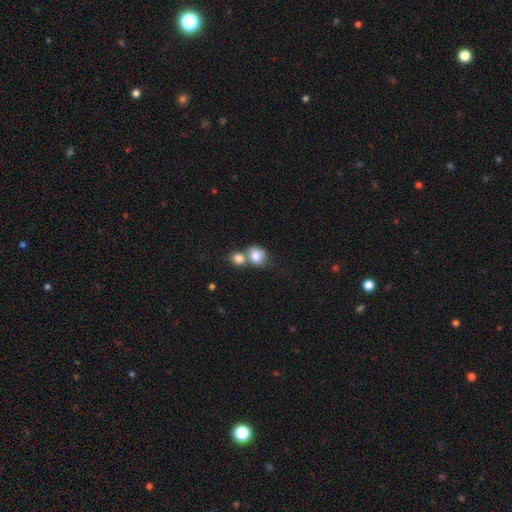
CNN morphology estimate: smooth-or-featured: smooth: 82% | featured or disk: 10% | star or artifact: 8%
  how-rounded: round: 69% | in between: 30% | cigar-shaped: 1%
  merging: merger: 57% | none: 31% | minor disturbance: 9% | major disturbance: 4%